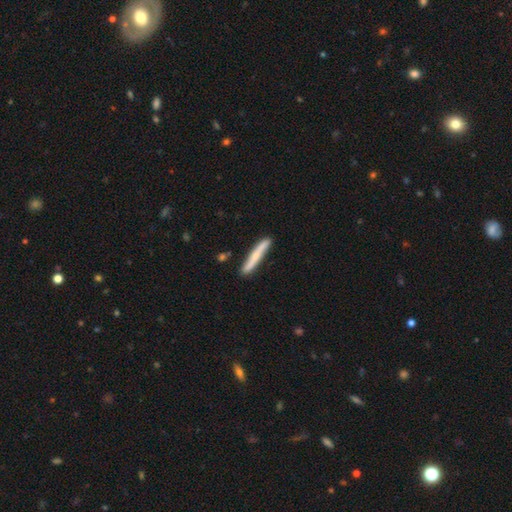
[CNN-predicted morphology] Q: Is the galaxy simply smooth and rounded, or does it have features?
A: smooth — 51%.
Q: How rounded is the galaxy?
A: cigar-shaped — 94%.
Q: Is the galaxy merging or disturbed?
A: none — 83%.